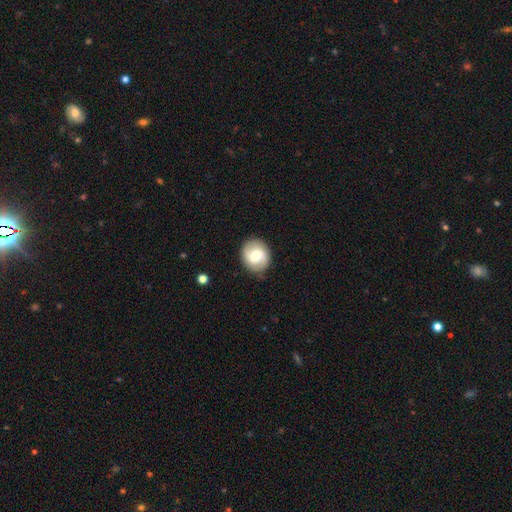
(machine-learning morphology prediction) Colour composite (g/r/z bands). It shows a smooth galaxy with no disk features (56%) that is round (78%). Merging: none (85%).